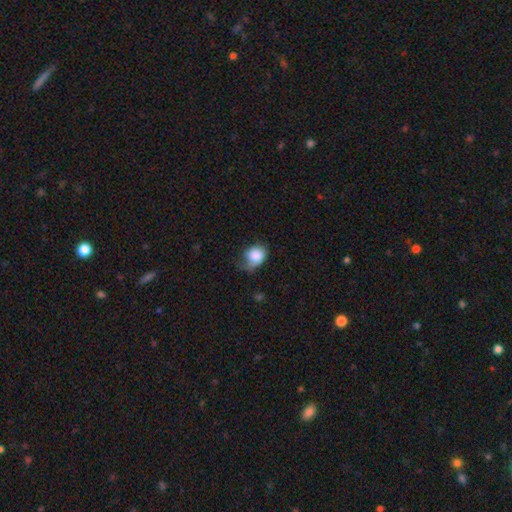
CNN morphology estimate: smooth-or-featured: smooth: 77% | featured or disk: 15% | star or artifact: 8%
  how-rounded: round: 50% | in between: 49% | cigar-shaped: 1%
  merging: minor disturbance: 37% | major disturbance: 31% | none: 30% | merger: 3%